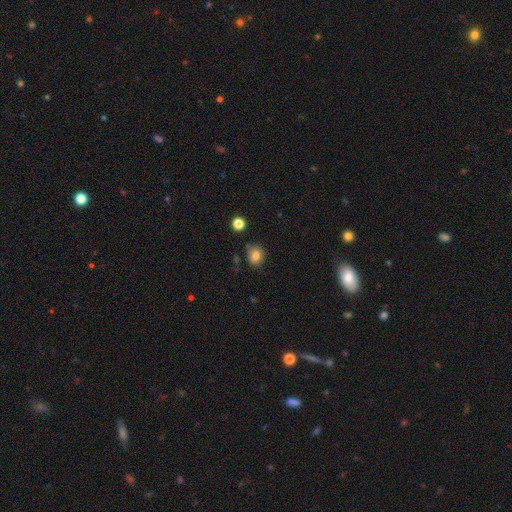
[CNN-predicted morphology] Smooth or featured?
  - smooth: 79% *
  - star or artifact: 12%
  - featured or disk: 10%
How rounded?
  - round: 55% *
  - in between: 44%
  - cigar-shaped: 1%
Merging?
  - none: 71% *
  - minor disturbance: 21%
  - major disturbance: 5%
  - merger: 4%